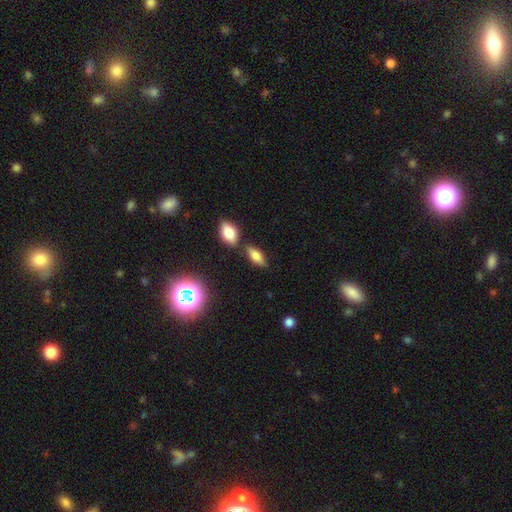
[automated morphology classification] Q: Smooth or featured?
A: smooth (68%); runner-up: featured or disk (21%)
Q: How rounded?
A: in between (75%); runner-up: cigar-shaped (21%)
Q: Merging?
A: none (71%); runner-up: merger (13%)